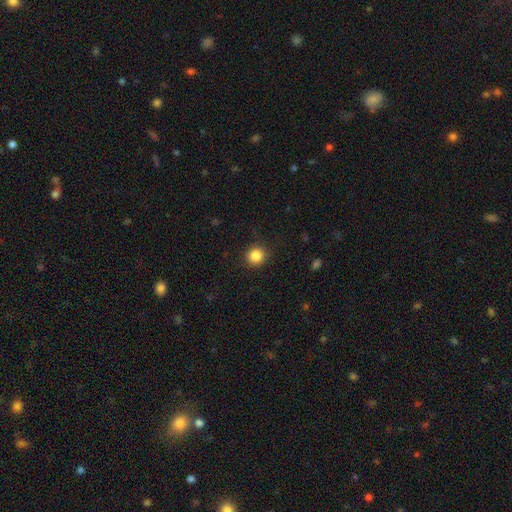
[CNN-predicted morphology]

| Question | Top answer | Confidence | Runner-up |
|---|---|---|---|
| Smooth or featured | smooth | 86% | star or artifact (10%) |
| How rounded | round | 92% | in between (7%) |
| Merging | none | 90% | minor disturbance (6%) |